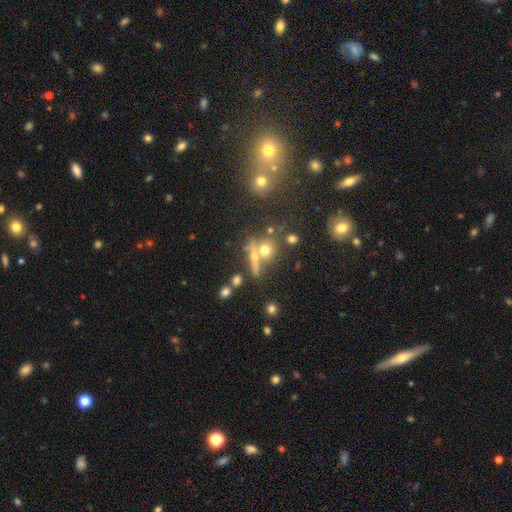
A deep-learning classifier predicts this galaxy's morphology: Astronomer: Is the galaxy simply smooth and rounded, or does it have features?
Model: smooth — 41% (runner-up: star or artifact, 32%).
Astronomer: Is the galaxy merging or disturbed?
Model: none — 53%.